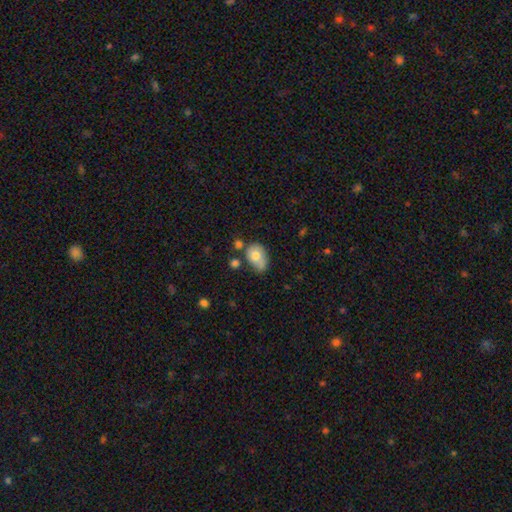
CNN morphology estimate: Overall: smooth (72%). How rounded: in between (78%). Merging: none (37%; minor disturbance 34%).